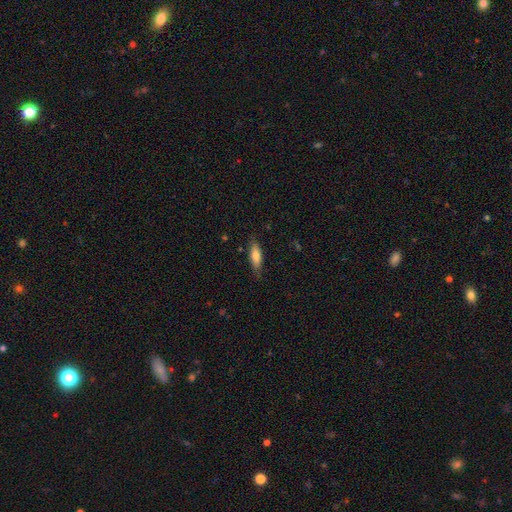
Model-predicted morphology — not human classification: Overall: smooth (74%). How rounded: cigar-shaped (50%; in between 48%). Merging: none (78%).